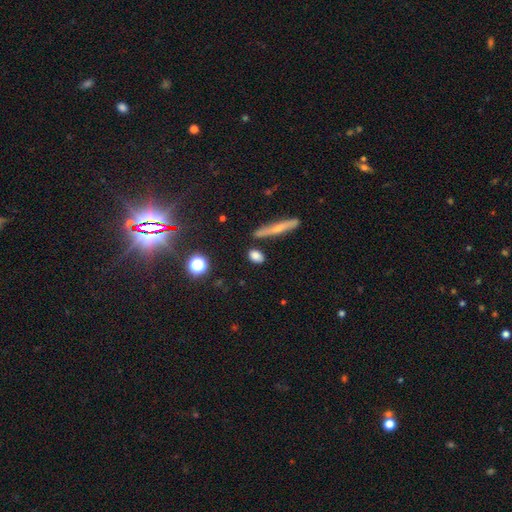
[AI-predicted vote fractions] Smooth or featured? Predicted: smooth (p=0.80). How rounded? Predicted: in between (p=0.66). Merging? Predicted: none (p=0.79).